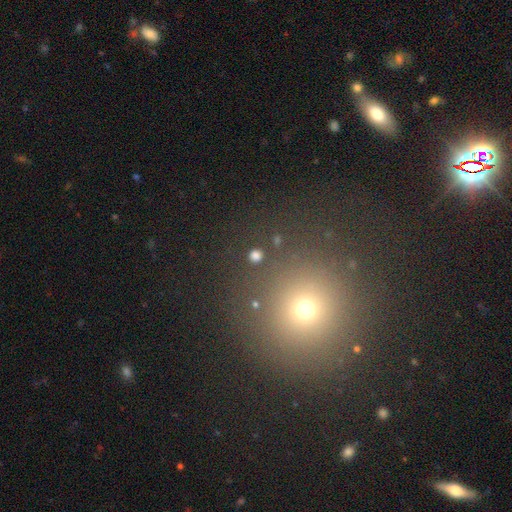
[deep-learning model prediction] Morphology: type=smooth (76%); roundness=round (86%); merging=none (89%).